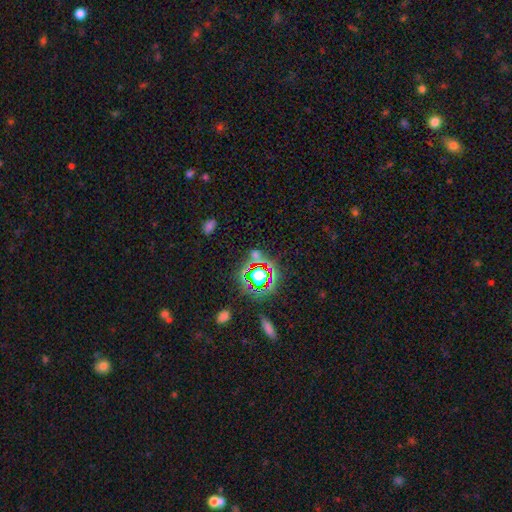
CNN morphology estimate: smooth_or_featured: star or artifact (p=0.61) [alt: smooth p=0.29]